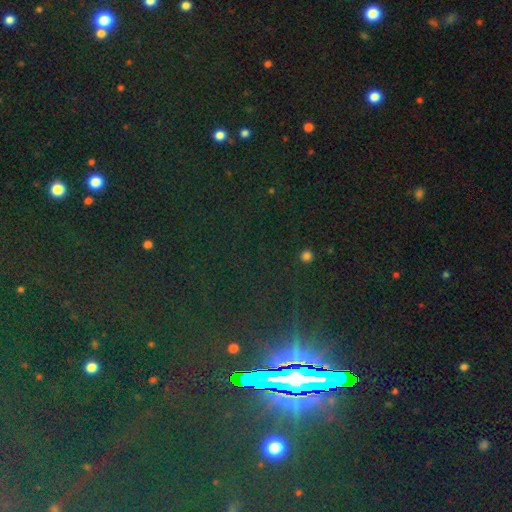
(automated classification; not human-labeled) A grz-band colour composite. It shows a star or artifact, not a galaxy (82%).